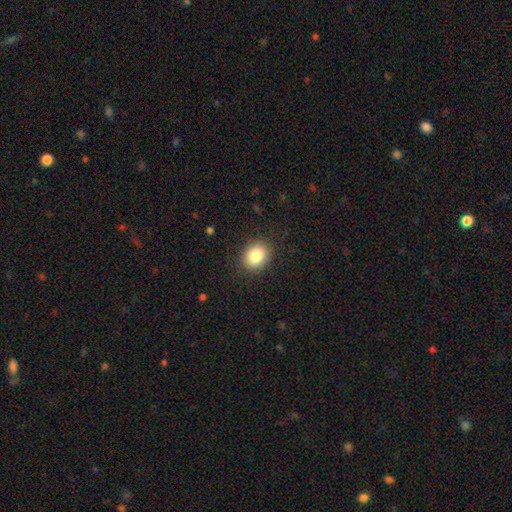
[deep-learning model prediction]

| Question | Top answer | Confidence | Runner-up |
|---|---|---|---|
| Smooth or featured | smooth | 84% | star or artifact (9%) |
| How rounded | round | 56% | in between (43%) |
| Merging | none | 89% | minor disturbance (8%) |